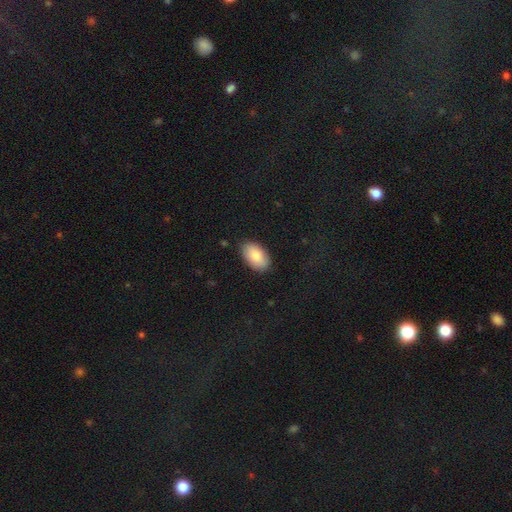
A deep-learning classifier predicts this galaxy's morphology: A smooth galaxy with no disk features (83%) that is in between round and cigar-shaped (94%). Merging: none (84%).